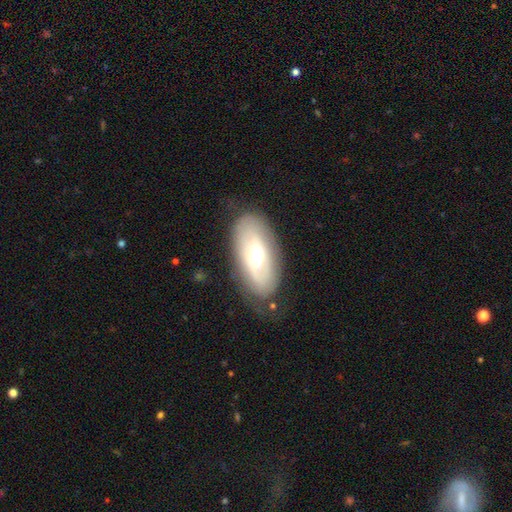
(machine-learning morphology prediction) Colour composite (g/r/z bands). It shows a featured or disk galaxy (52%). Merging: none (75%).